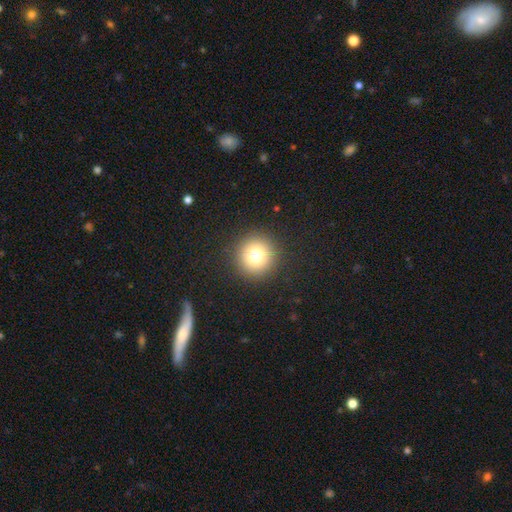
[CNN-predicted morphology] A smooth galaxy with no disk features (78%) that is round (95%).

Vote fractions:
- Smooth or featured? smooth: 78% / star or artifact: 12% / featured or disk: 10%
- How rounded? round: 95% / in between: 4% / cigar-shaped: 1%
- Merging? none: 91% / minor disturbance: 5% / major disturbance: 2% / merger: 1%